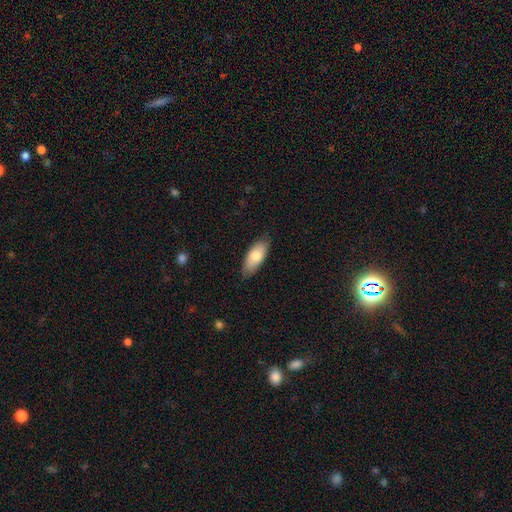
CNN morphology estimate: smooth_or_featured: smooth (p=0.79) [alt: featured or disk p=0.16]
how_rounded: in between (p=0.84) [alt: cigar-shaped p=0.14]
merging: none (p=0.82) [alt: minor disturbance p=0.15]